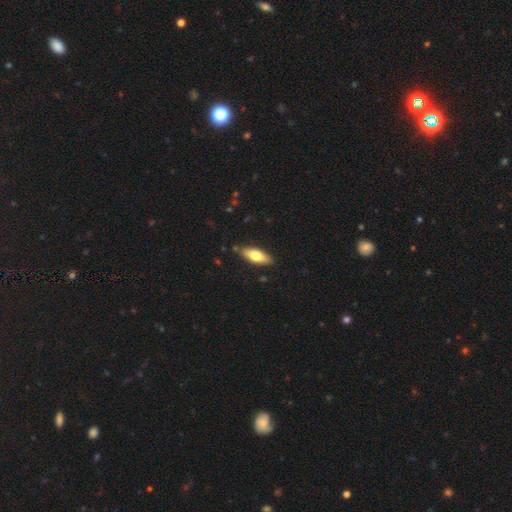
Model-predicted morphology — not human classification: Smooth or featured? smooth (69%)
How rounded? in between (72%)
Merging? none (86%)